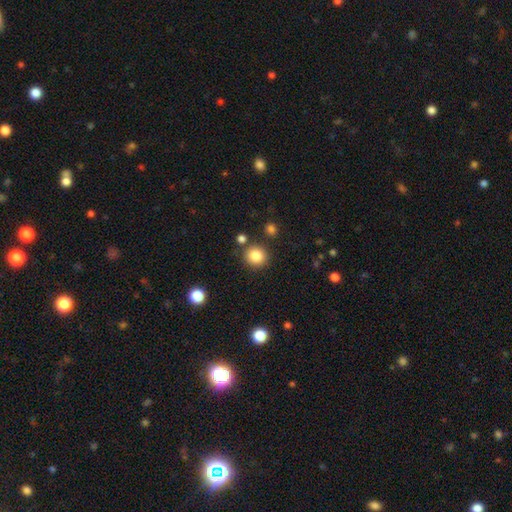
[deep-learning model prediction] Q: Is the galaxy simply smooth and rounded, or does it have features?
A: smooth — 85%.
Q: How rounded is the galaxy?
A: round — 90%.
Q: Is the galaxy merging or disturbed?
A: none — 84%.